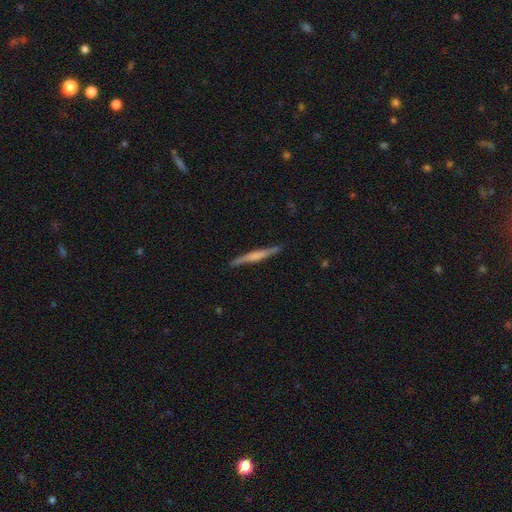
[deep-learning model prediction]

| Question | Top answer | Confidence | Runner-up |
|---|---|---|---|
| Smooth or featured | featured or disk | 59% | smooth (36%) |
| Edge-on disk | yes | 97% | no (3%) |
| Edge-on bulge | none | 36% | rounded (35%) |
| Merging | none | 87% | minor disturbance (10%) |